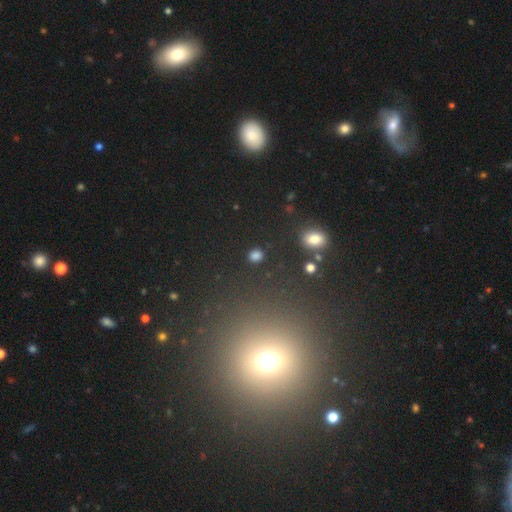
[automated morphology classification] Smooth or featured?
  - smooth: 80% *
  - star or artifact: 16%
  - featured or disk: 4%
How rounded?
  - round: 65% *
  - in between: 33%
  - cigar-shaped: 2%
Merging?
  - none: 87% *
  - minor disturbance: 7%
  - major disturbance: 3%
  - merger: 2%